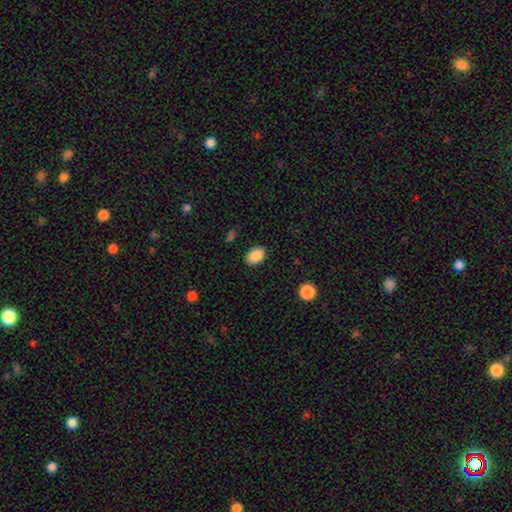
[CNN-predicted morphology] This is clearly a smooth galaxy (88%). How rounded: clearly in between (80%). Merging: clearly none (87%).